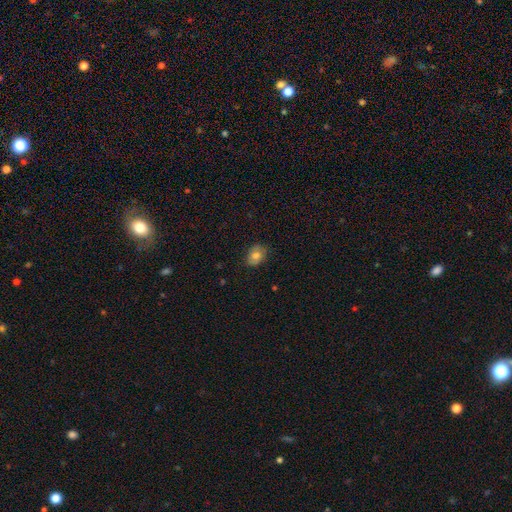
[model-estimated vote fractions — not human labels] smooth 73%, featured or disk 18%, star or artifact 9%. Down the decision tree: how rounded — in between (72%); merging — none (77%).